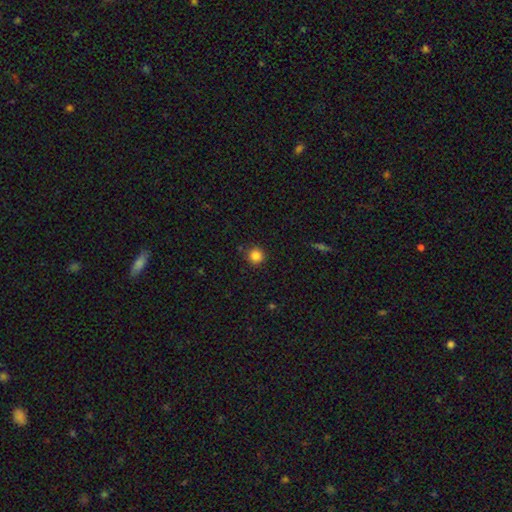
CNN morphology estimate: A smooth galaxy with no disk features (84%) that is round (95%).

Vote fractions:
- Smooth or featured? smooth: 84% / star or artifact: 12% / featured or disk: 4%
- How rounded? round: 95% / in between: 4% / cigar-shaped: 1%
- Merging? none: 89% / minor disturbance: 7% / major disturbance: 2% / merger: 2%